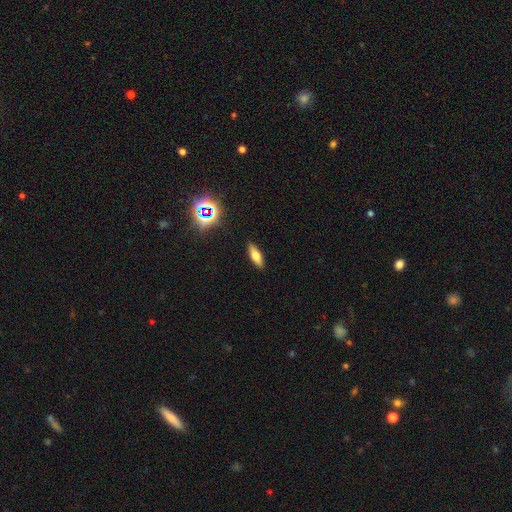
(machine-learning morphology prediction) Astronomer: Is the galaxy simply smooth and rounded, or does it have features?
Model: smooth — 66%.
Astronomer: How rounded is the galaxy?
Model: in between — 56% (runner-up: cigar-shaped, 41%).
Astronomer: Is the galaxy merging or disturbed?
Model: none — 89%.